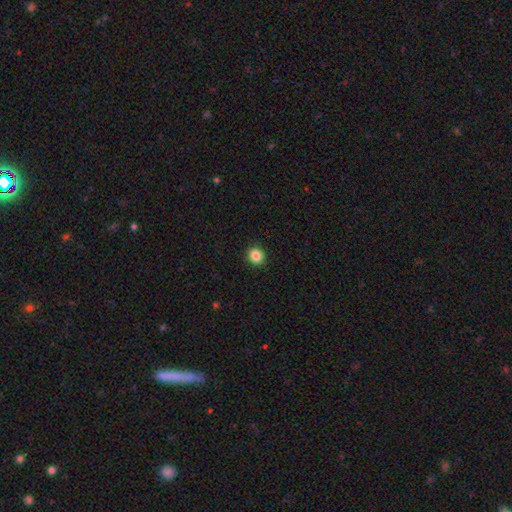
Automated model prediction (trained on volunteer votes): The model was most divided on "how rounded": round: 85%, in between: 14%, cigar-shaped: 1%. More confident: merging — none (92%); smooth or featured — smooth (86%).